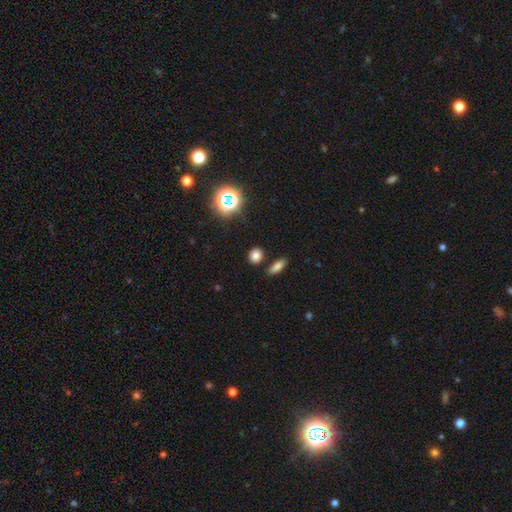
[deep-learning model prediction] This appears to be a smooth galaxy with no disk features (77%) that is round (68%). Merging: none (84%).